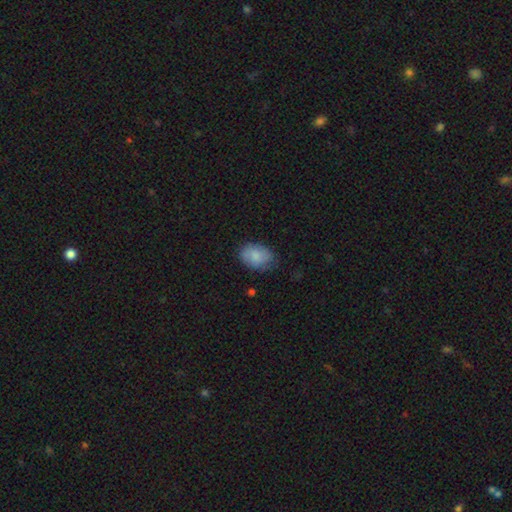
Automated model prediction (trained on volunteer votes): A smooth galaxy with no disk features (81%) that is in between round and cigar-shaped (84%). Merging: none (68%).